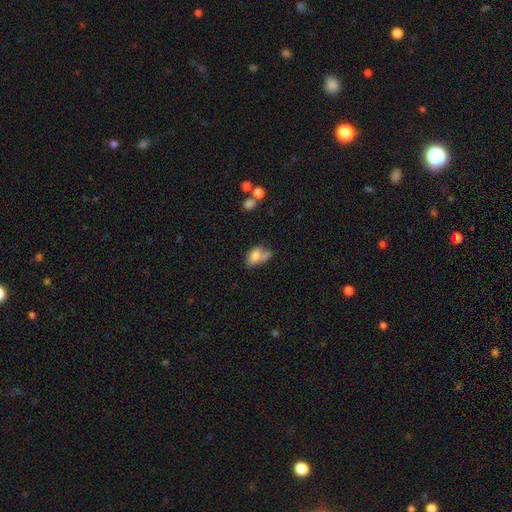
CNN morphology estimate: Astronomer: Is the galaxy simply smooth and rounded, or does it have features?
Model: smooth — 72%.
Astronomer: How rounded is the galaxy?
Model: in between — 86%.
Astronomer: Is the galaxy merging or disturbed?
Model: none — 31% (runner-up: minor disturbance, 28%).